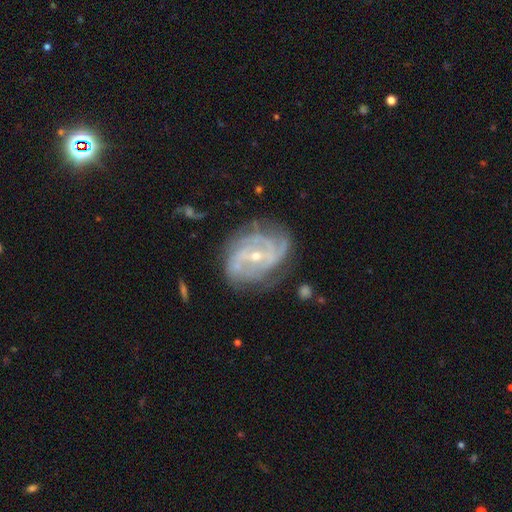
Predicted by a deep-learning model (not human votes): Smooth or featured: featured or disk — 86% (smooth — 7%)
Edge-on disk: no — 97% (yes — 3%)
Bar: no — 41% (weak — 39%)
Spiral arms: yes — 94% (no — 6%)
Spiral winding: tight — 46% (medium — 40%)
Spiral arm count: 2 — 30% (can't tell — 25%)
Bulge size: small — 65% (moderate — 32%)
Merging: none — 64% (minor disturbance — 22%)